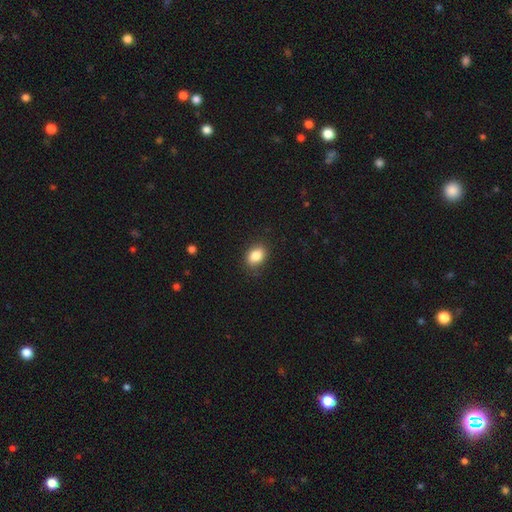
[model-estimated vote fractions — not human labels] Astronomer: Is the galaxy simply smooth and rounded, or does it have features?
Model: smooth — 86%.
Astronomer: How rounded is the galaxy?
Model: in between — 72%.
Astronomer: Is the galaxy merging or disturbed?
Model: none — 86%.